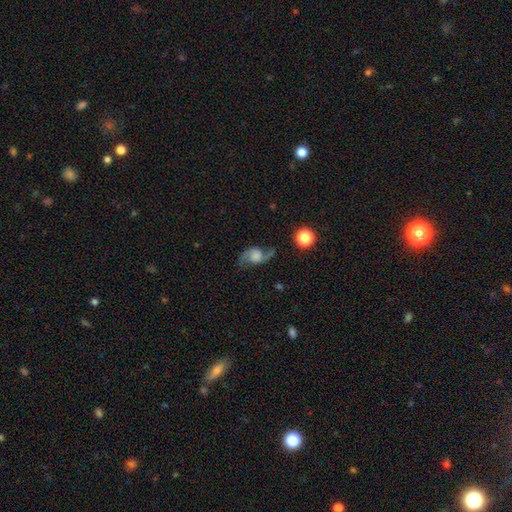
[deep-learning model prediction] Smooth or featured? featured or disk (75%)
Edge-on disk? no (97%)
Bar? no (64%)
Spiral arms? yes (95%)
Spiral winding? loose (73%)
Spiral arm count? 2 (92%)
Bulge size? none (32%)
Merging? none (67%)